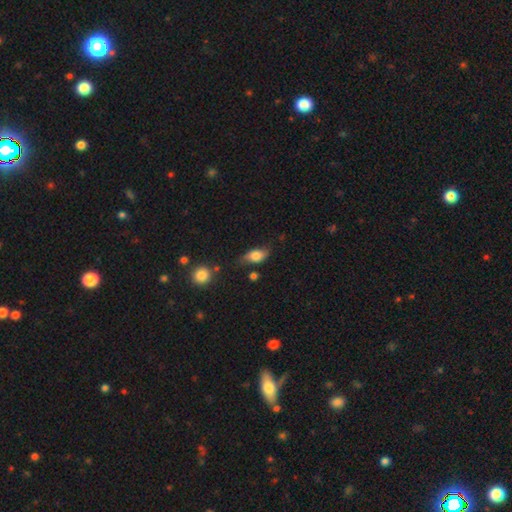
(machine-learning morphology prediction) This appears to be a smooth galaxy with no disk features (71%) that is in between round and cigar-shaped (84%). Merging: none (57%).